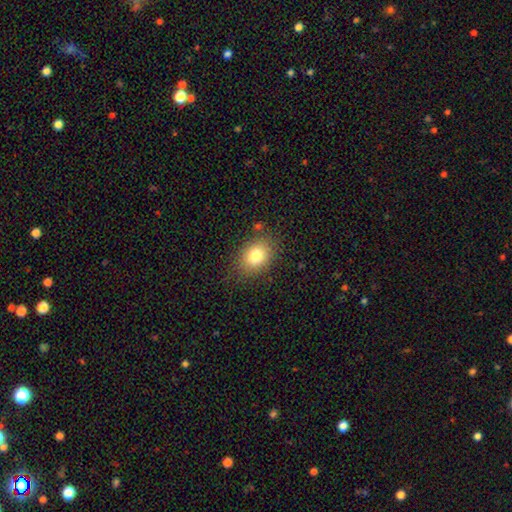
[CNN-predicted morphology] Smooth or featured? smooth (79%)
How rounded? in between (68%)
Merging? none (81%)